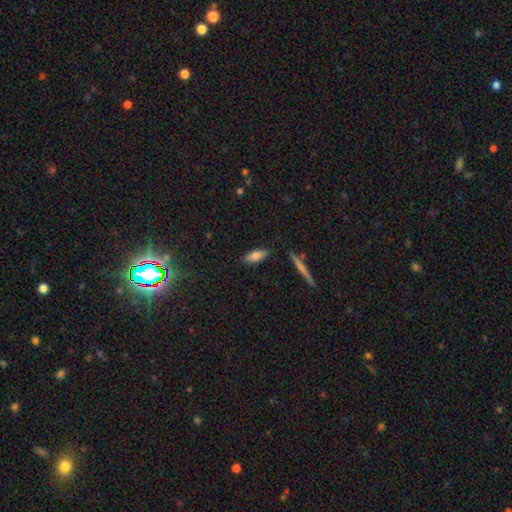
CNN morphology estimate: Overall: smooth (79%). How rounded: in between (74%). Merging: none (84%).